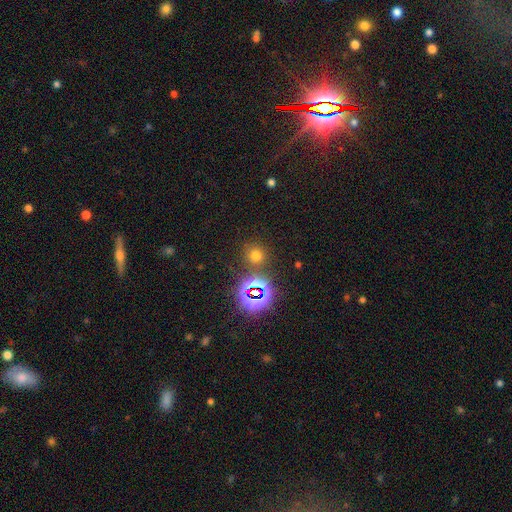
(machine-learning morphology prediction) This appears to be a smooth galaxy with no disk features (62%) that is round (91%). Merging: none (83%).